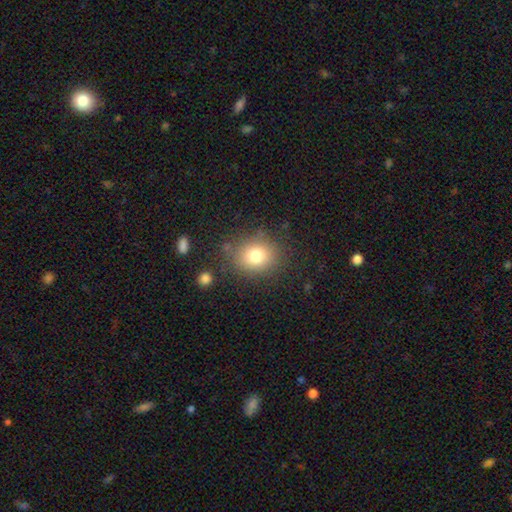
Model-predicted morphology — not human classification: smooth_or_featured: smooth (p=0.79) [alt: star or artifact p=0.12]
how_rounded: round (p=0.66) [alt: in between p=0.33]
merging: none (p=0.80) [alt: minor disturbance p=0.12]